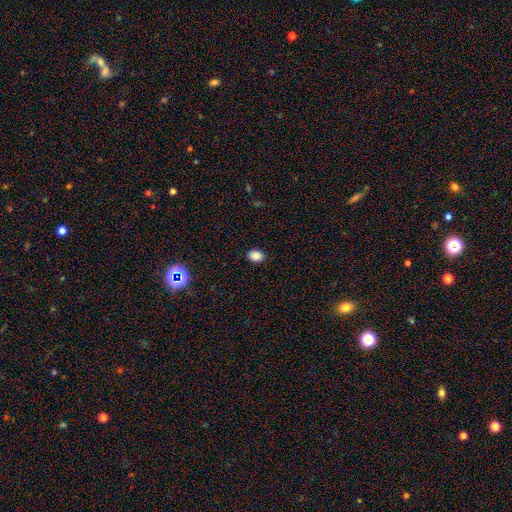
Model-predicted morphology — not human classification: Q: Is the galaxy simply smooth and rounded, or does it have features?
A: smooth — 87%.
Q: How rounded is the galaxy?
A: in between — 77%.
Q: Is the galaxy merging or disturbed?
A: none — 89%.